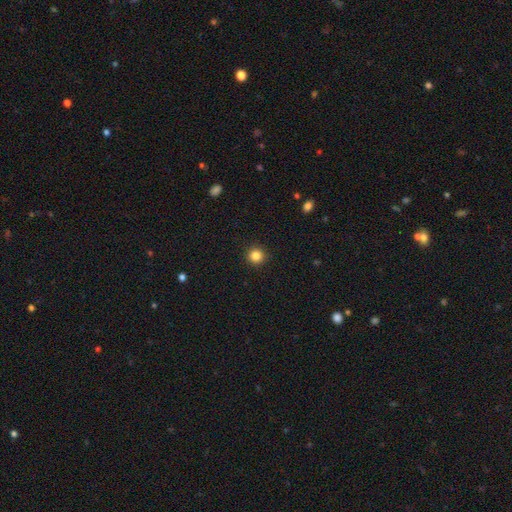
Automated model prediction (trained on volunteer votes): Morphology: type=smooth (85%); roundness=round (95%); merging=none (93%).